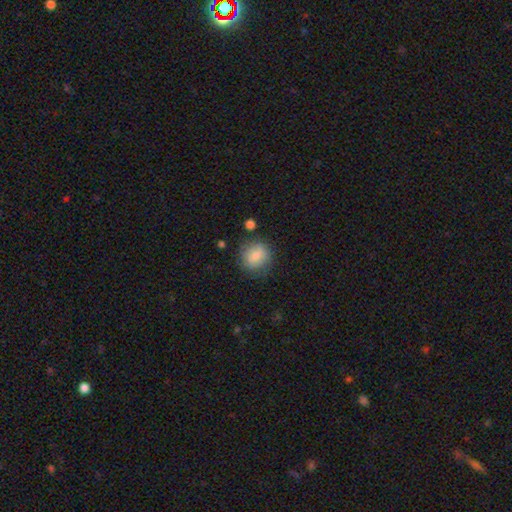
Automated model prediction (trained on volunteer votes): A smooth galaxy with no disk features (83%) that is round (78%).

Vote fractions:
- Smooth or featured? smooth: 83% / featured or disk: 9% / star or artifact: 8%
- How rounded? round: 78% / in between: 20% / cigar-shaped: 1%
- Merging? none: 78% / minor disturbance: 14% / major disturbance: 5% / merger: 3%